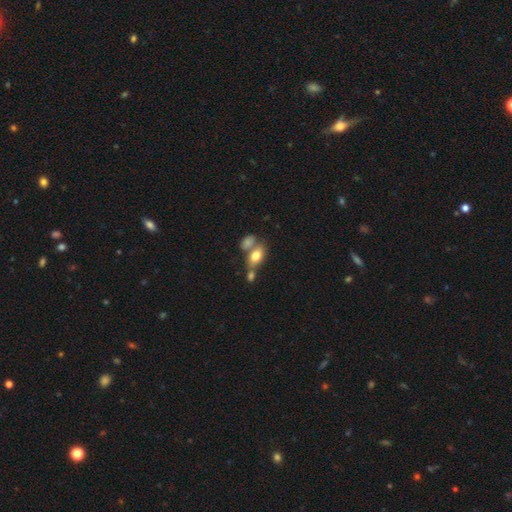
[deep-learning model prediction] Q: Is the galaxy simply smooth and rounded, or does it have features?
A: smooth — 76%.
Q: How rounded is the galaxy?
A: in between — 85%.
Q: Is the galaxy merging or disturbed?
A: merger — 43%.